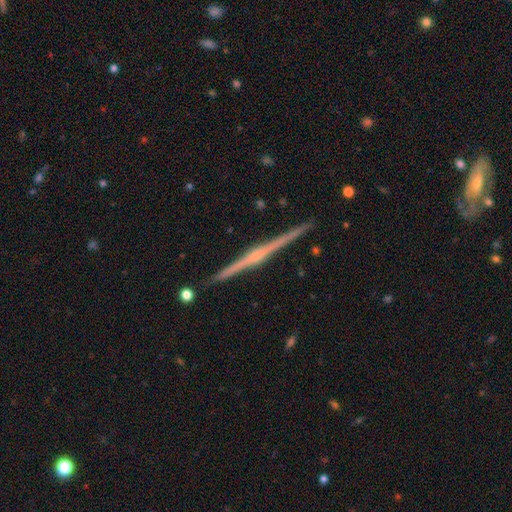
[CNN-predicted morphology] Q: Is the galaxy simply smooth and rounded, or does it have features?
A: featured or disk — 84%.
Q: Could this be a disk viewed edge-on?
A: yes — 99%.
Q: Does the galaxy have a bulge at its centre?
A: rounded — 64%.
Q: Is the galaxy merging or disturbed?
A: none — 92%.